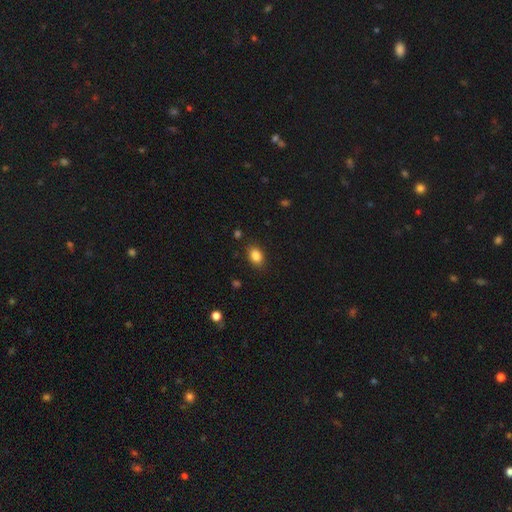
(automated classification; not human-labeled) Smooth or featured?
  - smooth: 85% *
  - star or artifact: 10%
  - featured or disk: 6%
How rounded?
  - in between: 76% *
  - round: 23%
  - cigar-shaped: 1%
Merging?
  - none: 85% *
  - minor disturbance: 11%
  - major disturbance: 3%
  - merger: 1%